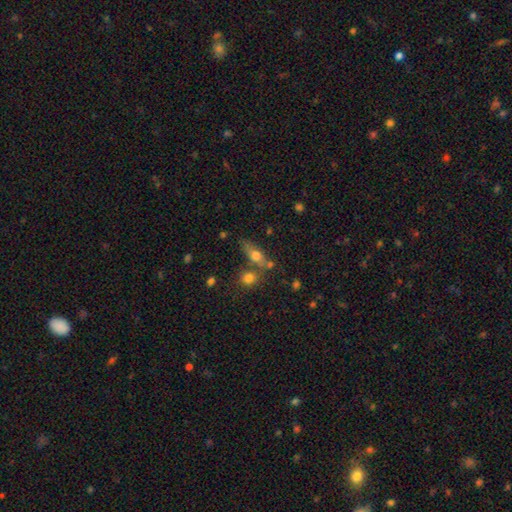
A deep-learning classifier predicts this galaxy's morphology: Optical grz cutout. It shows a smooth galaxy with no disk features (64%) that is in between round and cigar-shaped (59%). Merging: none (56%).